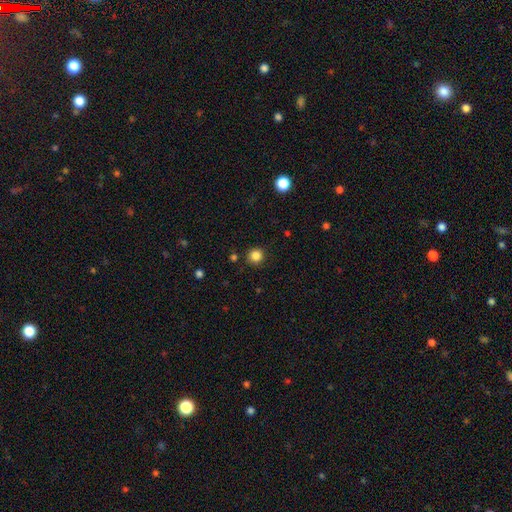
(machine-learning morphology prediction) Smooth or featured: smooth — 84% (star or artifact — 12%)
How rounded: round — 94% (in between — 5%)
Merging: none — 90% (minor disturbance — 6%)